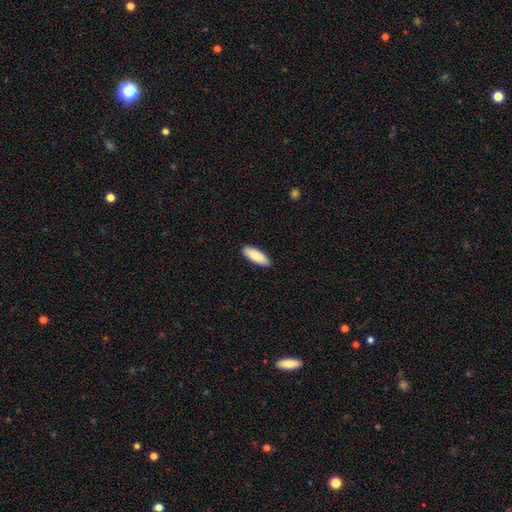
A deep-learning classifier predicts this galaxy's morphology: Smooth or featured?
  - smooth: 86% *
  - featured or disk: 9%
  - star or artifact: 5%
How rounded?
  - in between: 70% *
  - cigar-shaped: 28%
  - round: 2%
Merging?
  - none: 90% *
  - minor disturbance: 7%
  - major disturbance: 1%
  - merger: 1%